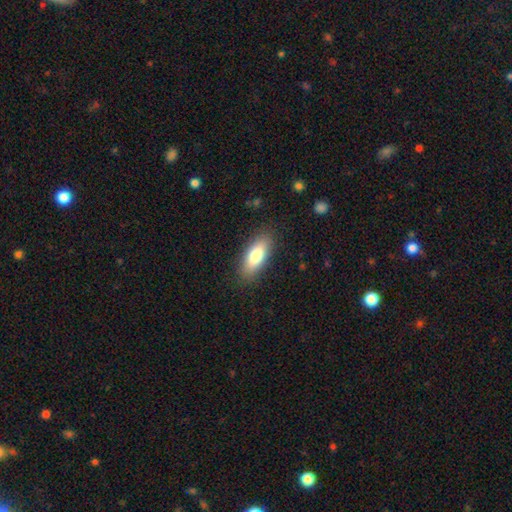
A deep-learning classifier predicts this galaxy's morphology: smooth-or-featured: smooth: 77% | featured or disk: 16% | star or artifact: 7%
  how-rounded: in between: 75% | cigar-shaped: 22% | round: 2%
  merging: none: 87% | minor disturbance: 10% | major disturbance: 3% | merger: 1%